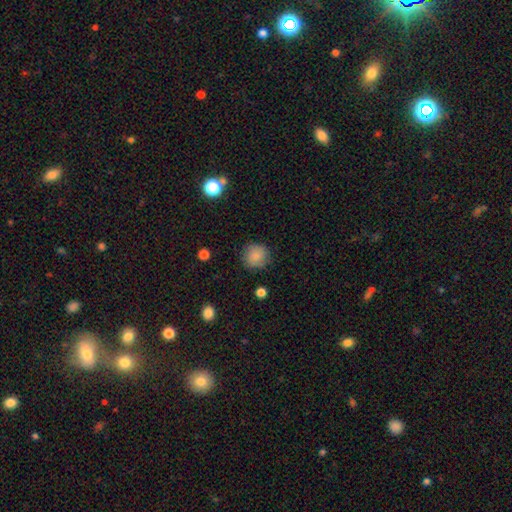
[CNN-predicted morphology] Smooth or featured? Predicted: smooth (p=0.86). How rounded? Predicted: round (p=0.90). Merging? Predicted: none (p=0.85).